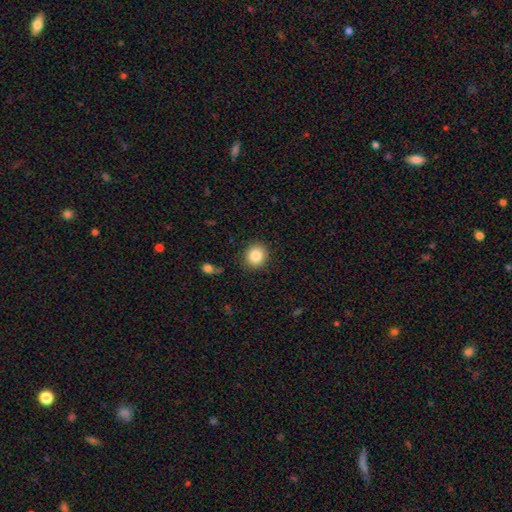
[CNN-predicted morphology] type=smooth (86%); roundness=round (82%); merging=none (88%).